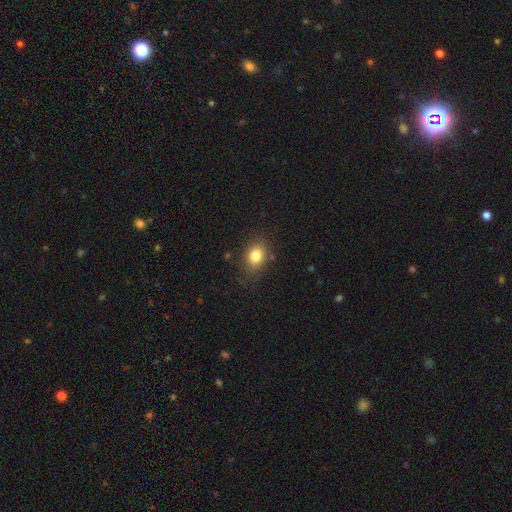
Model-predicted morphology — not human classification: type=smooth (82%); roundness=in between (65%); merging=none (80%).